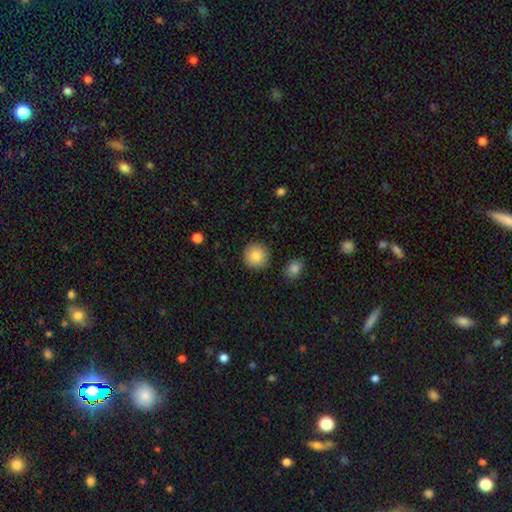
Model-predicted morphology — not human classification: Smooth or featured? Predicted: smooth (p=0.85). How rounded? Predicted: round (p=0.94). Merging? Predicted: none (p=0.90).